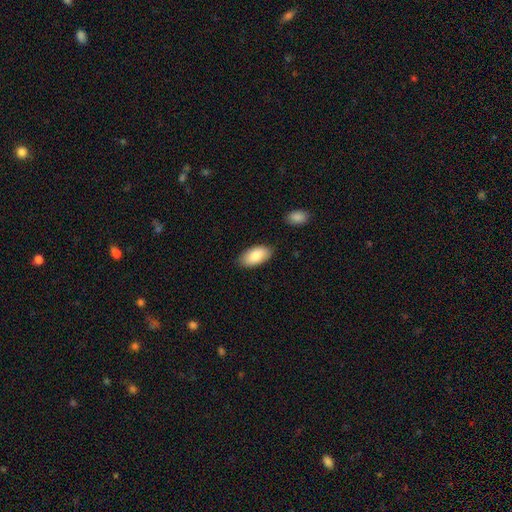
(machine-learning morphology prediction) This is clearly a smooth galaxy (85%). How rounded: clearly in between (95%). Merging: clearly none (85%).